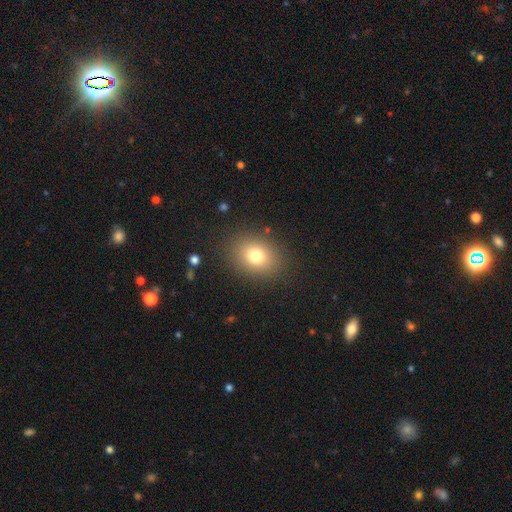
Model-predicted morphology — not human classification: smooth 77%, star or artifact 13%, featured or disk 10%. Down the decision tree: how rounded — in between (51%); merging — none (86%).